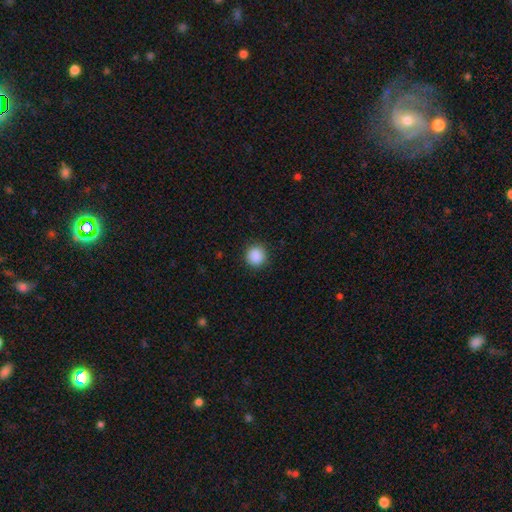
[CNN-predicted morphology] Smooth or featured? Predicted: smooth (p=0.89). How rounded? Predicted: round (p=0.92). Merging? Predicted: none (p=0.90).